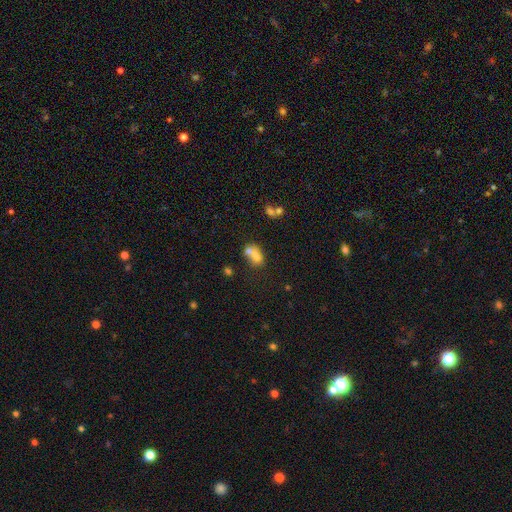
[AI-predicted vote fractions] Smooth or featured?
  - smooth: 66% *
  - featured or disk: 21%
  - star or artifact: 13%
How rounded?
  - in between: 64% *
  - round: 34%
  - cigar-shaped: 2%
Merging?
  - merger: 59% *
  - none: 27%
  - minor disturbance: 9%
  - major disturbance: 6%